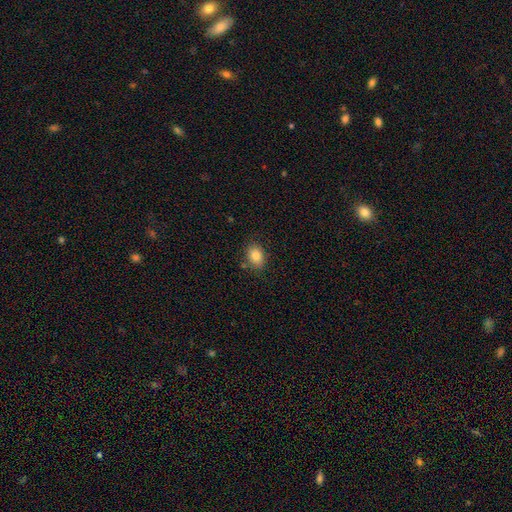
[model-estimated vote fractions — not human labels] Overall: smooth (84%). How rounded: in between (74%). Merging: none (81%).